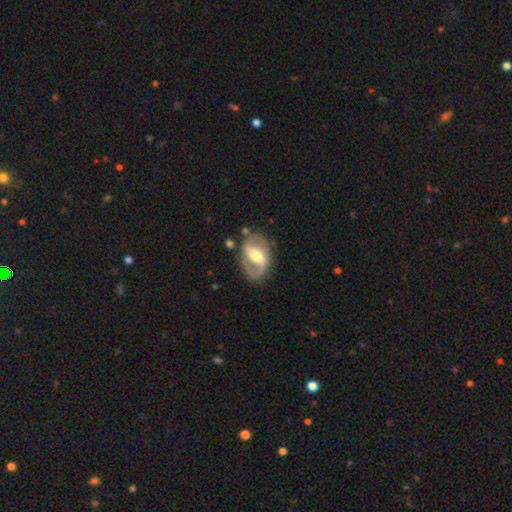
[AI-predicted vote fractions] This appears to be a featured or disk galaxy (80%) with a strong bar (44%), 2 (77%) medium (49%) spiral arms (84%) and a moderate central bulge (65%). Merging: none (71%).